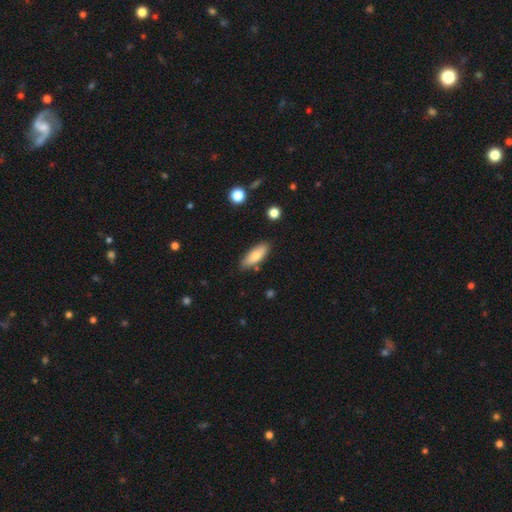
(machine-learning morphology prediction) Smooth or featured? Predicted: smooth (p=0.76). How rounded? Predicted: in between (p=0.73). Merging? Predicted: none (p=0.83).